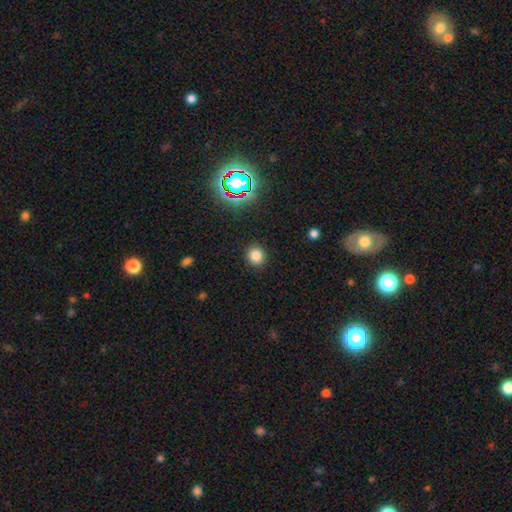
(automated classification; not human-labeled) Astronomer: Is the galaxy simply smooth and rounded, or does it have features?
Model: smooth — 80%.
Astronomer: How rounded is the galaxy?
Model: round — 88%.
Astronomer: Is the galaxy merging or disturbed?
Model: none — 90%.